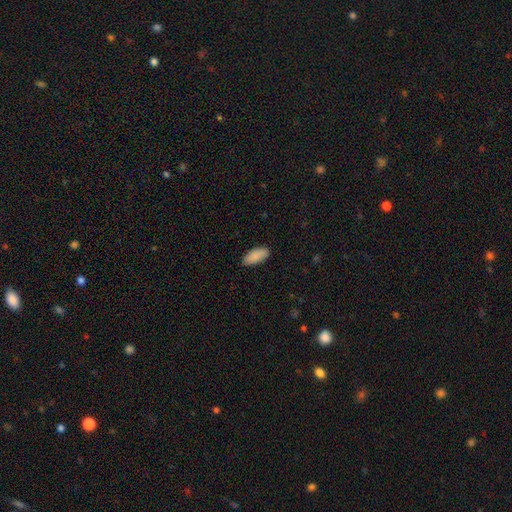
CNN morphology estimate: smooth-or-featured: smooth: 89% | star or artifact: 6% | featured or disk: 4%
  how-rounded: in between: 89% | cigar-shaped: 9% | round: 2%
  merging: none: 86% | minor disturbance: 11% | major disturbance: 2% | merger: 1%